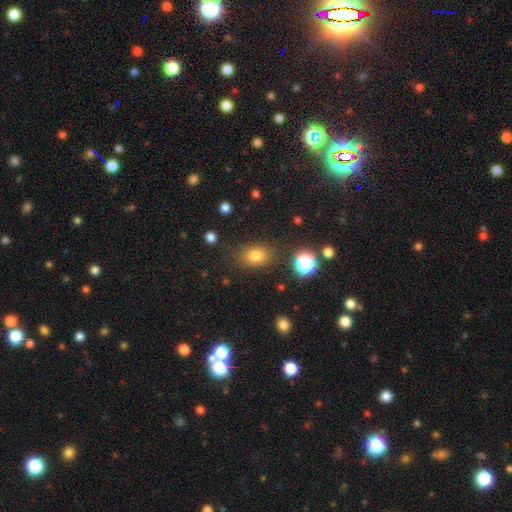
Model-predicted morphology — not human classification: This is likely a smooth galaxy (77%). How rounded: likely in between (70%). Merging: clearly none (82%).